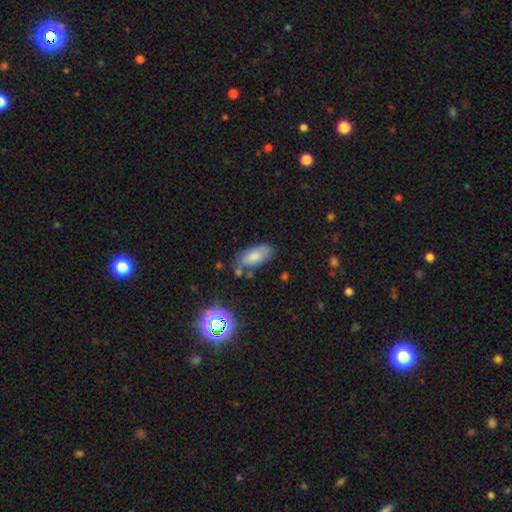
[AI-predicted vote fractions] smooth 77%, featured or disk 14%, star or artifact 9%. Down the decision tree: how rounded — in between (89%); merging — none (62%).